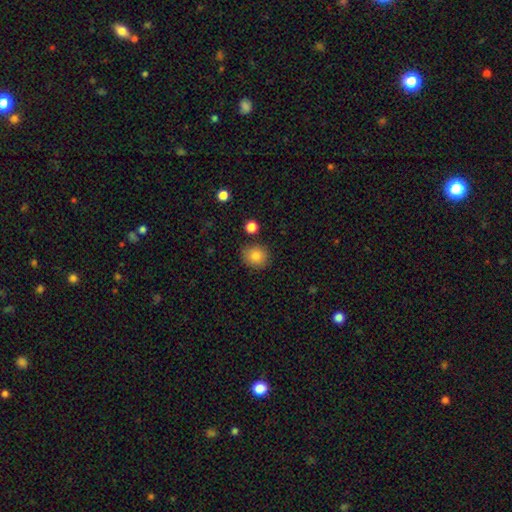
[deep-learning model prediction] This is clearly a smooth galaxy (84%). How rounded: clearly round (81%). Merging: clearly none (84%).